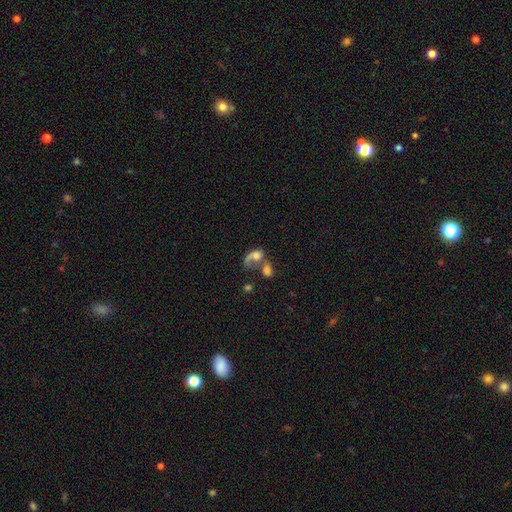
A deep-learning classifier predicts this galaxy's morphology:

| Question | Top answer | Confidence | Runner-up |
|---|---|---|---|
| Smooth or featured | smooth | 51% | featured or disk (38%) |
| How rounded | in between | 66% | round (31%) |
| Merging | merger | 53% | major disturbance (24%) |